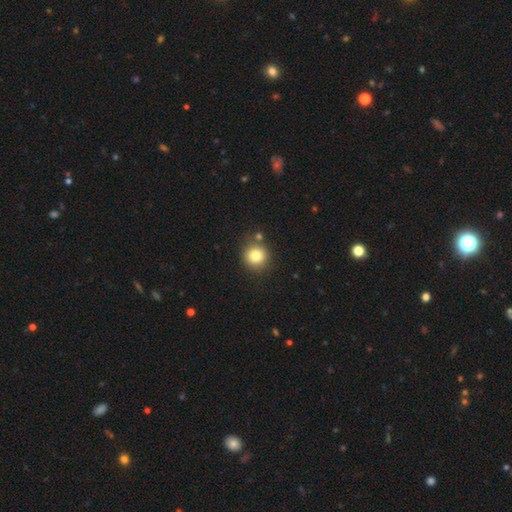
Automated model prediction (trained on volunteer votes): smooth_or_featured: smooth (p=0.82) [alt: star or artifact p=0.11]
how_rounded: round (p=0.91) [alt: in between p=0.08]
merging: none (p=0.81) [alt: minor disturbance p=0.09]